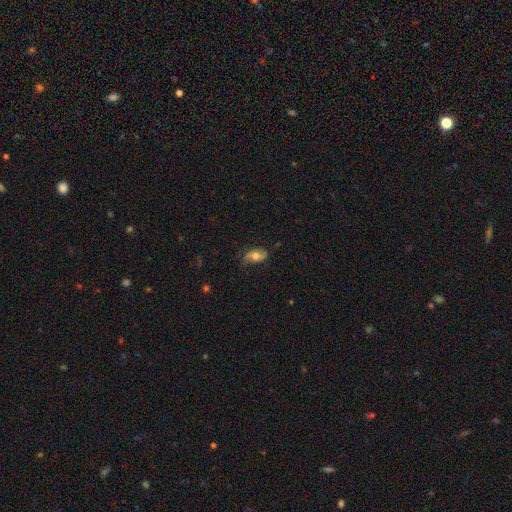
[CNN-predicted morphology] featured or disk 47%, smooth 45%, star or artifact 8%. Down the decision tree: merging — none (68%).